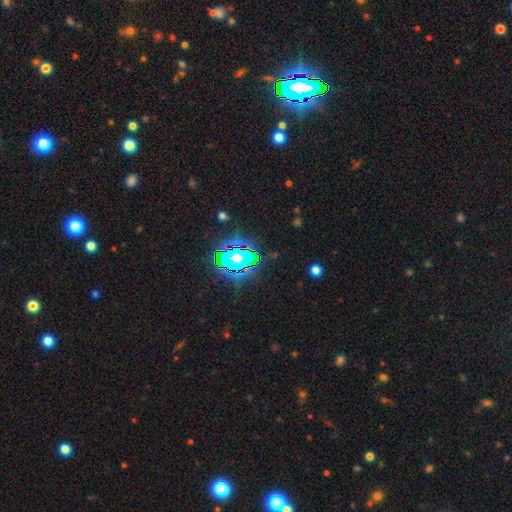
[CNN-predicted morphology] The model was most divided on "smooth or featured": star or artifact: 82%, smooth: 10%, featured or disk: 8%.